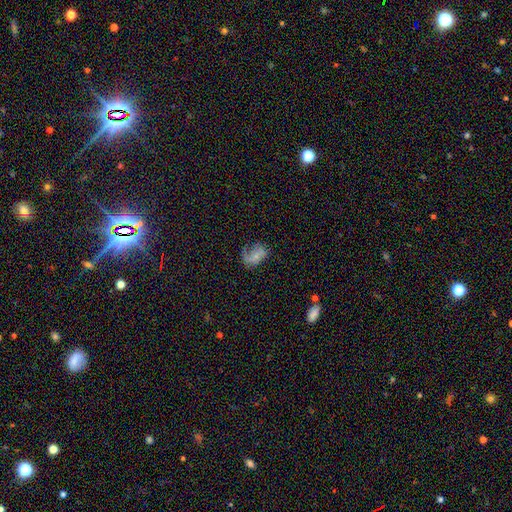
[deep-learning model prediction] A featured or disk galaxy (48%).

Vote fractions:
- Smooth or featured? featured or disk: 48% / smooth: 41% / star or artifact: 11%
- Merging? none: 40% / major disturbance: 30% / minor disturbance: 26% / merger: 4%